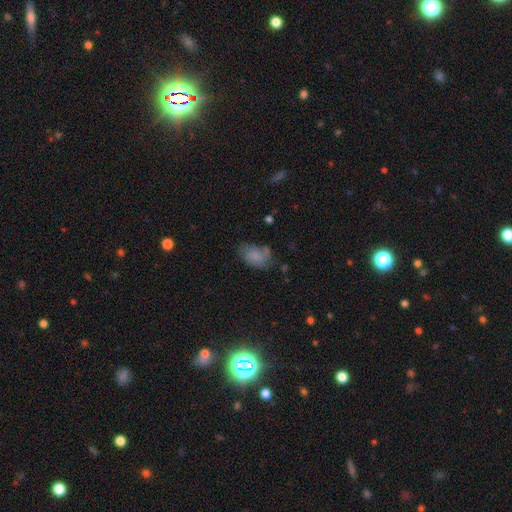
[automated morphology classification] smooth 74%, featured or disk 17%, star or artifact 9%. Down the decision tree: how rounded — in between (86%); merging — none (53%).